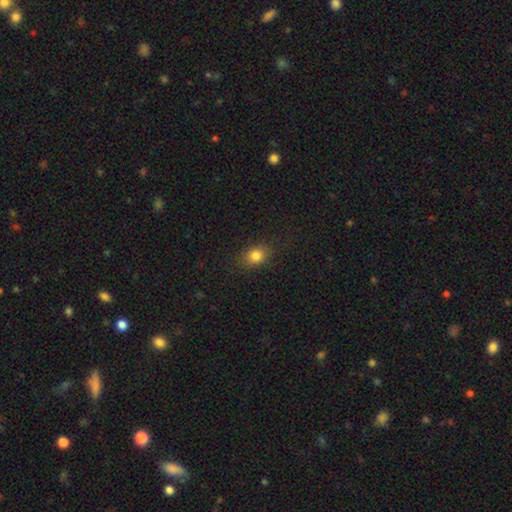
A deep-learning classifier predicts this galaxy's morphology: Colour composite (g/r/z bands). It shows a smooth galaxy with no disk features (82%) that is in between round and cigar-shaped (59%). Merging: none (84%).